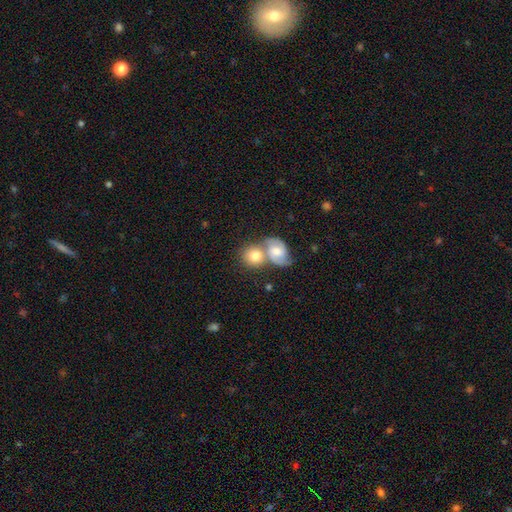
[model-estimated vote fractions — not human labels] smooth 65%, featured or disk 29%, star or artifact 7%. Down the decision tree: how rounded — round (69%); merging — merger (61%).